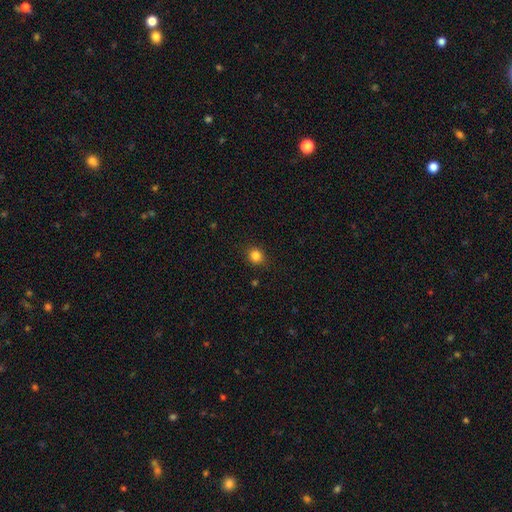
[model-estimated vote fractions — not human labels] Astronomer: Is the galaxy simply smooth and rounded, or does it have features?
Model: smooth — 84%.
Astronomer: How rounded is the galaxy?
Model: round — 87%.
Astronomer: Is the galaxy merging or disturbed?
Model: none — 88%.